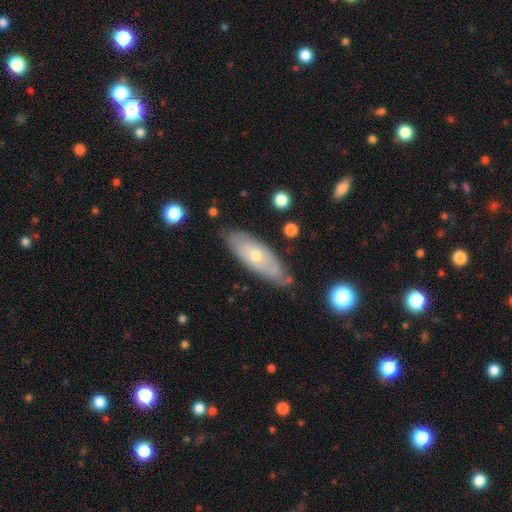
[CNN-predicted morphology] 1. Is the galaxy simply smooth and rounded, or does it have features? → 52% featured or disk, 42% smooth, 6% star or artifact.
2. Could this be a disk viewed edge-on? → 76% no, 24% yes.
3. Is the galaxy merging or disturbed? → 72% none, 20% minor disturbance, 4% major disturbance, 3% merger.